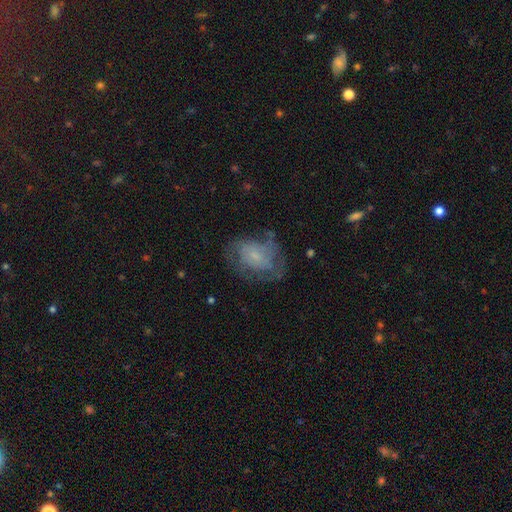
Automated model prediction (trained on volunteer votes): This is possibly a featured or disk galaxy (56%). It is clearly not viewed edge-on (97%). Bar: likely no (70%). Spiral arm pattern: likely yes (71%). Central bulge: possibly small (58%). Merging: possibly none (54%).